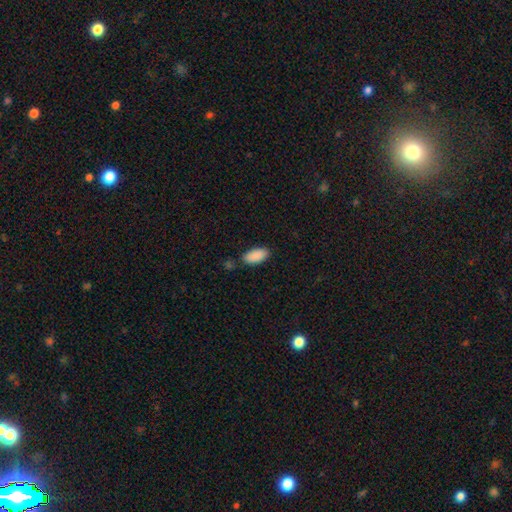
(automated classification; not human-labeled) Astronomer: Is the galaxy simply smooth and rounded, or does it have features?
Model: smooth — 90%.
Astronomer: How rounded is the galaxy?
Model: in between — 92%.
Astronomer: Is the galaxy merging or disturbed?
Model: none — 79%.